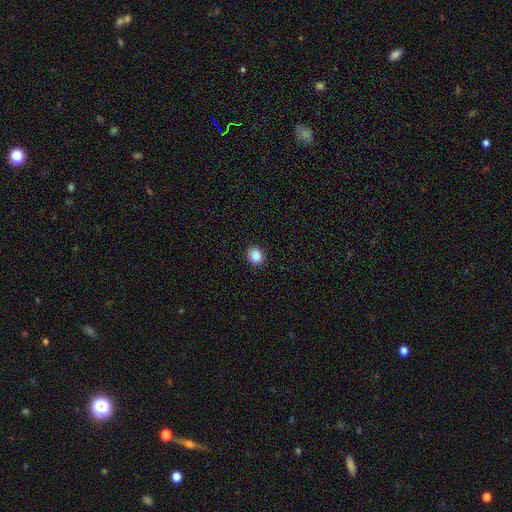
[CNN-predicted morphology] A smooth galaxy with no disk features (89%) that is round (67%).

Vote fractions:
- Smooth or featured? smooth: 89% / star or artifact: 9% / featured or disk: 2%
- How rounded? round: 67% / in between: 32% / cigar-shaped: 1%
- Merging? none: 90% / minor disturbance: 7% / major disturbance: 2% / merger: 1%